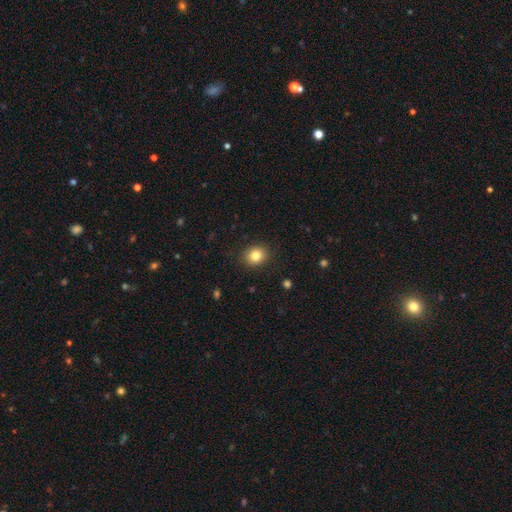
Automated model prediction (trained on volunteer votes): Smooth or featured?
  - smooth: 82% *
  - star or artifact: 11%
  - featured or disk: 7%
How rounded?
  - round: 76% *
  - in between: 23%
  - cigar-shaped: 1%
Merging?
  - none: 90% *
  - minor disturbance: 7%
  - major disturbance: 2%
  - merger: 1%